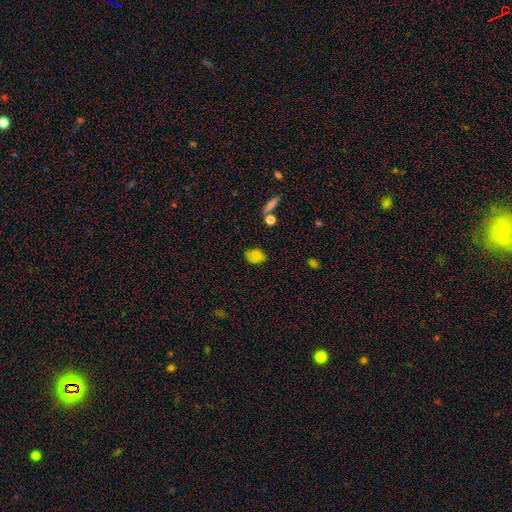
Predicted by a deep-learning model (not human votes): This is likely a smooth galaxy (74%). How rounded: likely in between (77%). Merging: likely none (65%).